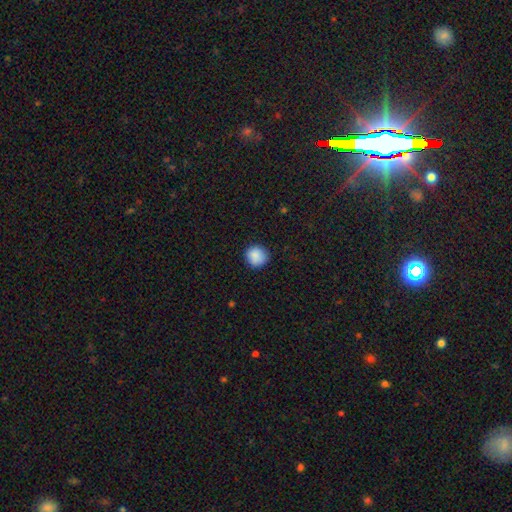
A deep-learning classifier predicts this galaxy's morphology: smooth 87%, star or artifact 9%, featured or disk 4%. Down the decision tree: how rounded — round (91%); merging — none (85%).